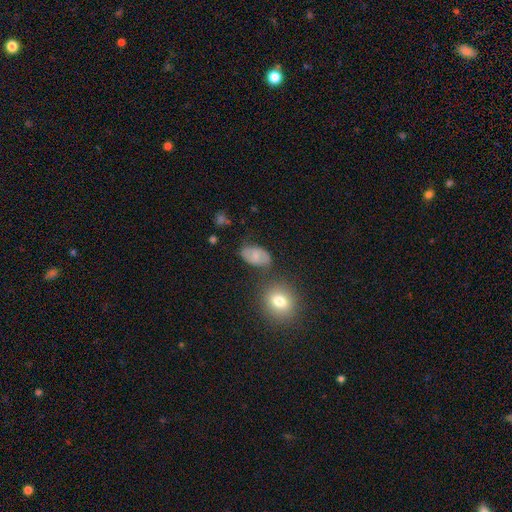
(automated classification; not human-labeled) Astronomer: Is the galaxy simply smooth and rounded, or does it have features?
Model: smooth — 60%.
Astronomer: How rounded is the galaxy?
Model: in between — 85%.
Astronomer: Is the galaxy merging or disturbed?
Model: none — 67%.